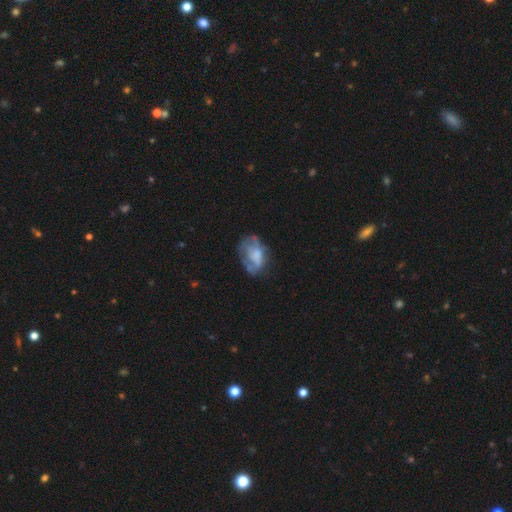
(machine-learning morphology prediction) Smooth or featured? featured or disk (52%)
Edge-on disk? no (97%)
Bar? no (81%)
Spiral arms? no (69%)
Bulge size? none (39%)
Merging? none (45%)